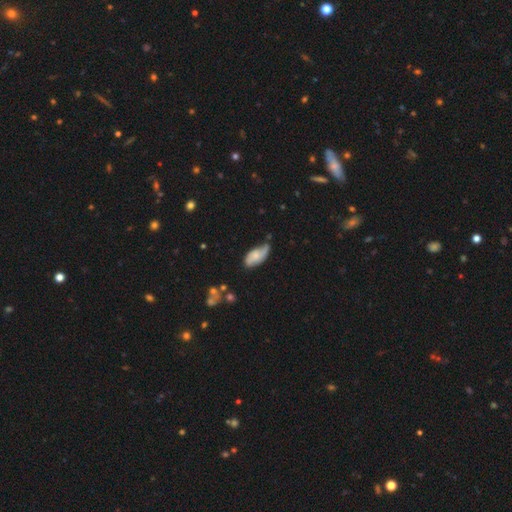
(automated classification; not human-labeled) Overall: featured or disk (46%, tied with smooth). Merging: none (47%; minor disturbance 36%).